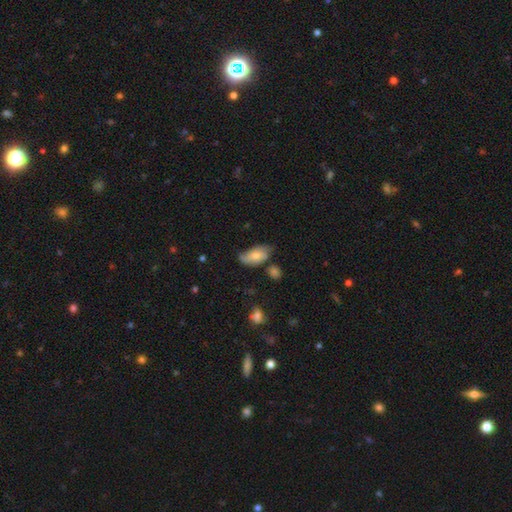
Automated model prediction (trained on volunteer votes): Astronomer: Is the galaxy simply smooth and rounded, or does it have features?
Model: smooth — 65%.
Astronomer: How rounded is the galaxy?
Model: in between — 92%.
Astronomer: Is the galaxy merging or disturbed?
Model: none — 49% (runner-up: minor disturbance, 36%).